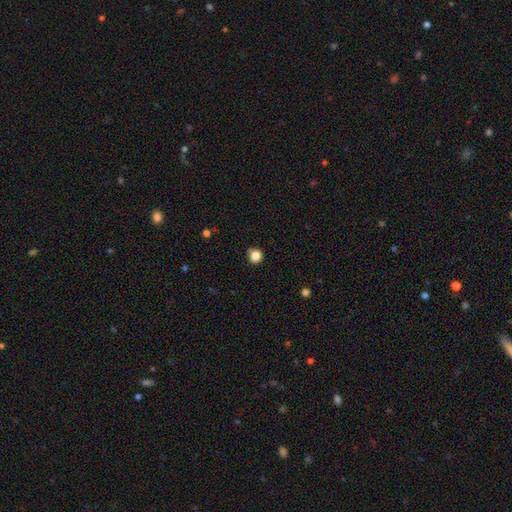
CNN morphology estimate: type=smooth (84%); roundness=round (89%); merging=none (83%).